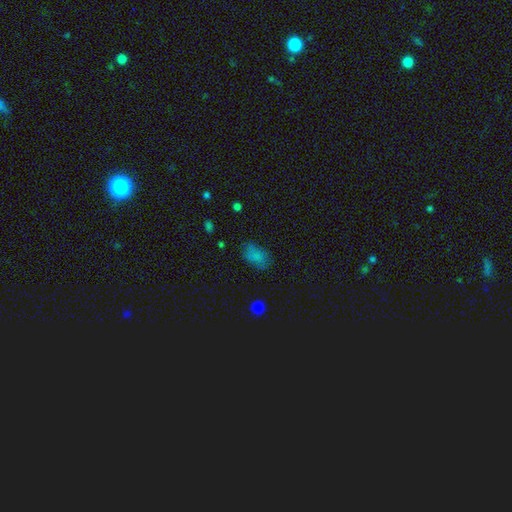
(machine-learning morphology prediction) smooth-or-featured: smooth: 77% | star or artifact: 14% | featured or disk: 9%
  how-rounded: in between: 90% | round: 8% | cigar-shaped: 2%
  merging: none: 67% | minor disturbance: 23% | major disturbance: 8% | merger: 2%